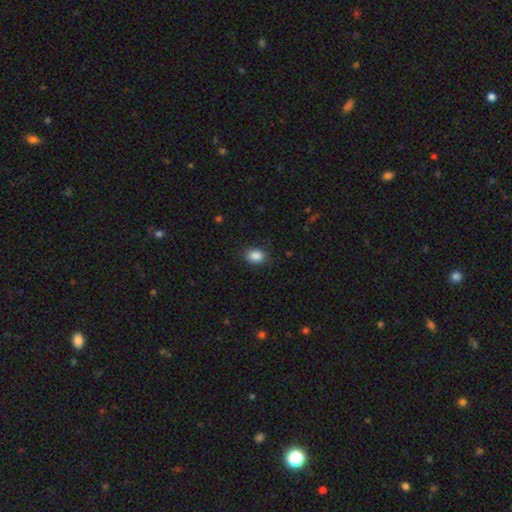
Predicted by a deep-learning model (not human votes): Smooth or featured? Predicted: smooth (p=0.88). How rounded? Predicted: in between (p=0.71). Merging? Predicted: none (p=0.86).